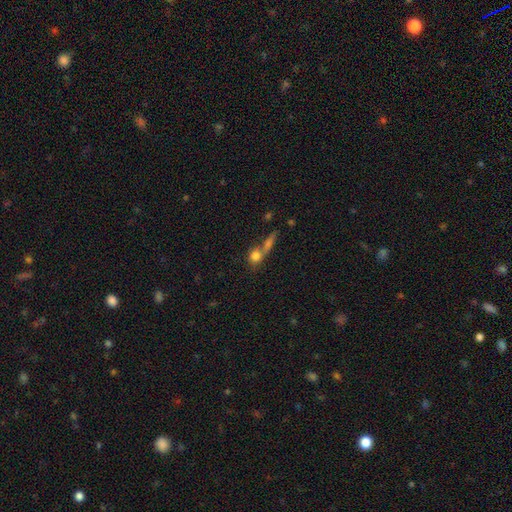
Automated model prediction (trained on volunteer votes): A smooth galaxy with no disk features (75%) that is round (72%). Merging: merger (47%).